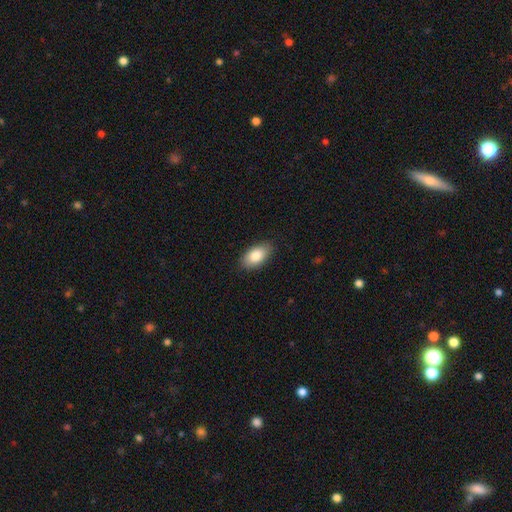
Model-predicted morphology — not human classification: This appears to be a smooth galaxy with no disk features (84%) that is in between round and cigar-shaped (94%). Merging: none (87%).